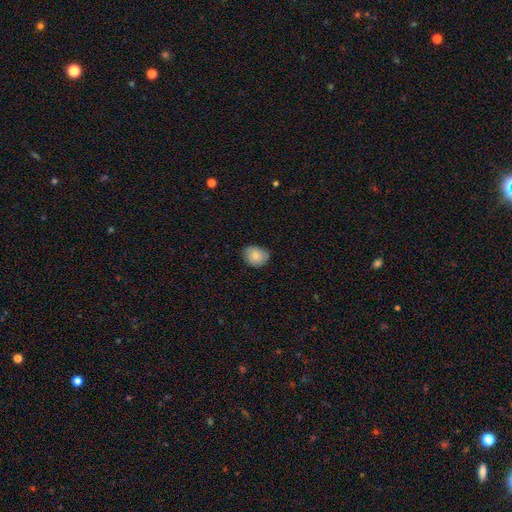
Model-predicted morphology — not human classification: type=smooth (82%); roundness=round (62%); merging=none (74%).